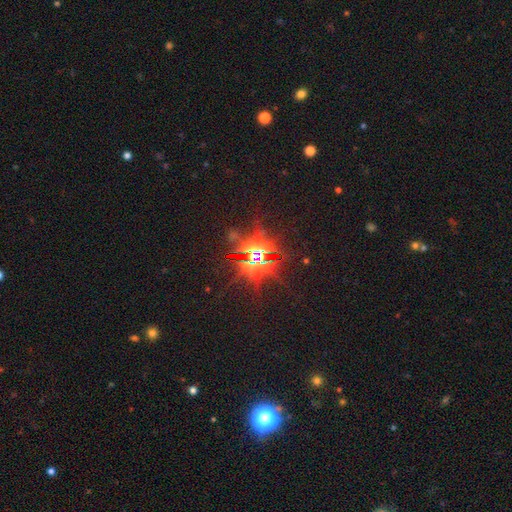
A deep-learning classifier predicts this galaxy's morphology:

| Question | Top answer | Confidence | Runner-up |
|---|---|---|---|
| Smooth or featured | star or artifact | 84% | featured or disk (9%) |